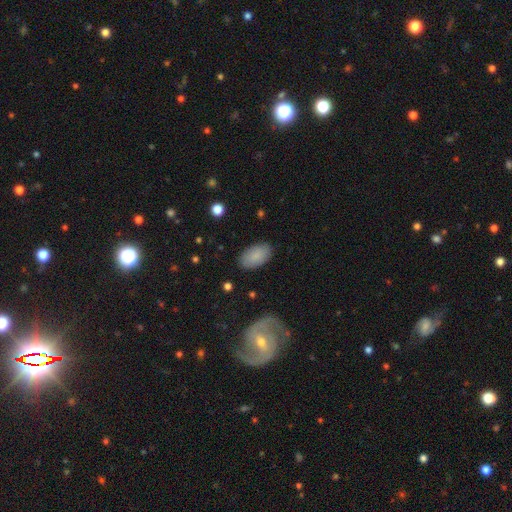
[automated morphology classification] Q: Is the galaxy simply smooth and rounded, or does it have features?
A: smooth — 86%.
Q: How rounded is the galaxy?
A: in between — 94%.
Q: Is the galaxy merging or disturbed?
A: none — 87%.